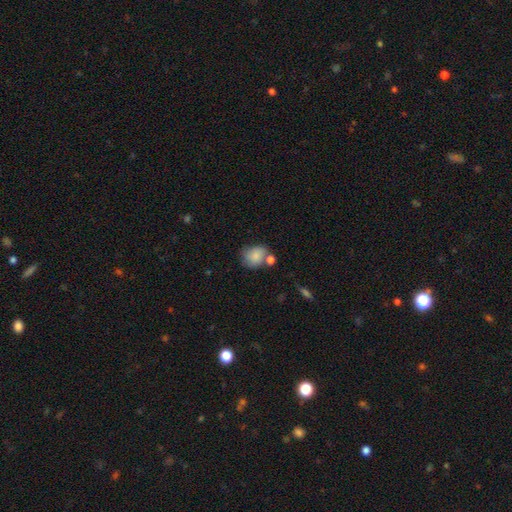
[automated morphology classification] Smooth or featured? smooth (79%)
How rounded? round (54%)
Merging? none (43%)